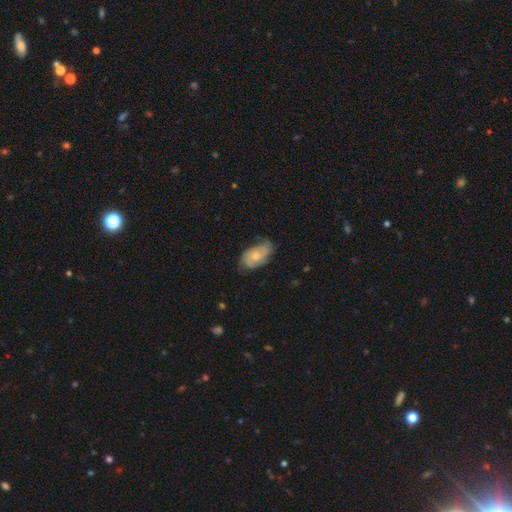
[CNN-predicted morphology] Overall: featured or disk (53%; smooth 41%). Edge-on disk: no (95%). Bar: no (79%). Spiral arms: yes (82%). Bulge size: small (46%, tied with moderate). Merging: none (59%; minor disturbance 30%).